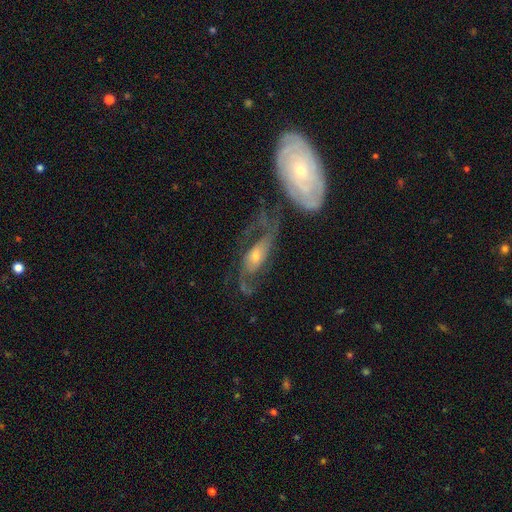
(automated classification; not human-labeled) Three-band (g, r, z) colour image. It shows a featured or disk galaxy (77%) with no bar (60%), 2 (78%) loose (48%) spiral arms (89%) and a small central bulge (45%, tied with moderate). Merging: none (37%).